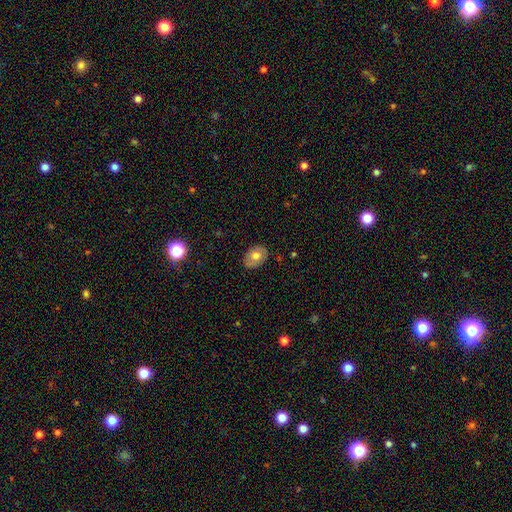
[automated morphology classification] A smooth galaxy with no disk features (67%) that is in between round and cigar-shaped (73%). Merging: none (82%).